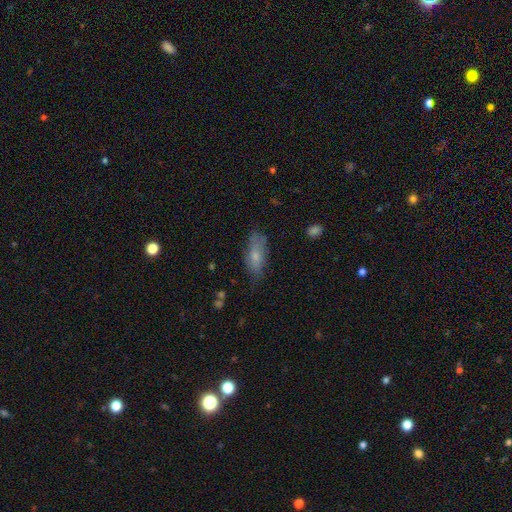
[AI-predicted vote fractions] Q: Smooth or featured?
A: smooth (68%); runner-up: featured or disk (24%)
Q: How rounded?
A: in between (72%); runner-up: cigar-shaped (25%)
Q: Merging?
A: none (69%); runner-up: minor disturbance (24%)